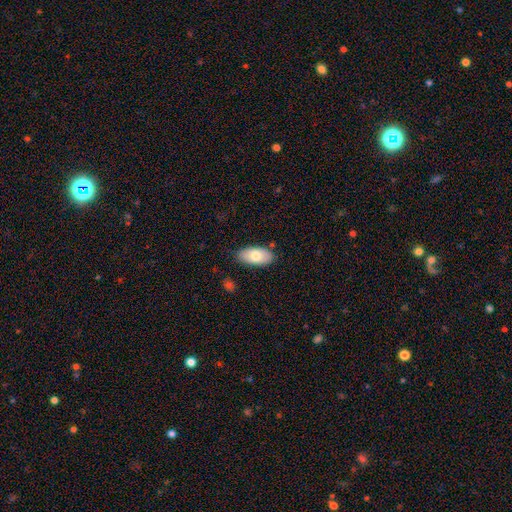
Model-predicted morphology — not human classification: Smooth or featured? Predicted: smooth (p=0.76). How rounded? Predicted: in between (p=0.93). Merging? Predicted: none (p=0.83).